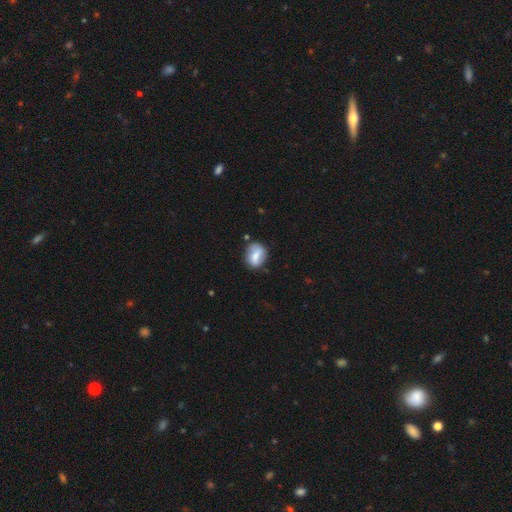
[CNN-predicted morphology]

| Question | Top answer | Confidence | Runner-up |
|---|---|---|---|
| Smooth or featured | smooth | 65% | featured or disk (28%) |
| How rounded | in between | 59% | round (39%) |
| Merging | none | 71% | minor disturbance (20%) |